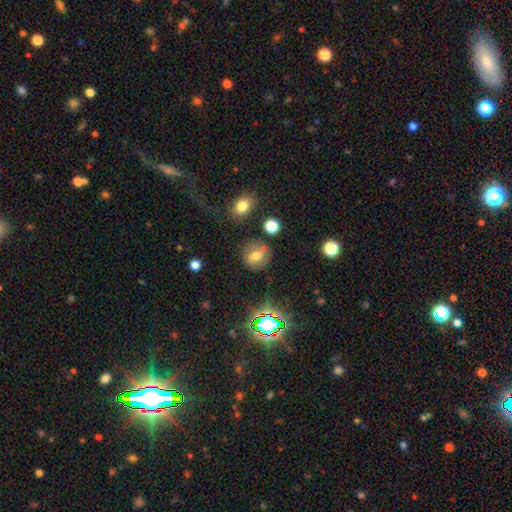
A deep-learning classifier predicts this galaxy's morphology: This is possibly a smooth galaxy (57%). How rounded: clearly round (81%). Merging: likely none (73%).